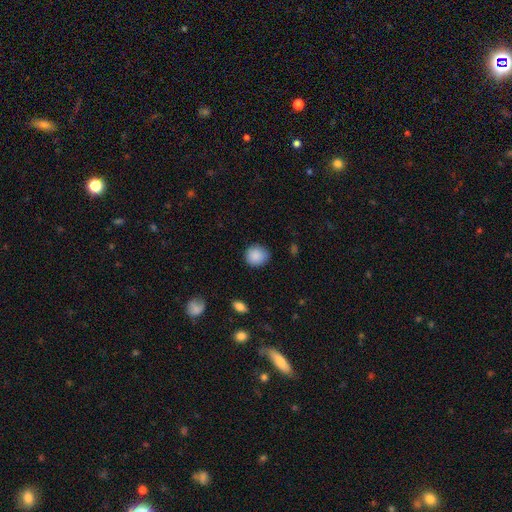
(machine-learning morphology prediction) A smooth galaxy with no disk features (89%) that is round (83%).

Vote fractions:
- Smooth or featured? smooth: 89% / star or artifact: 8% / featured or disk: 3%
- How rounded? round: 83% / in between: 16% / cigar-shaped: 1%
- Merging? none: 86% / minor disturbance: 10% / major disturbance: 2% / merger: 1%